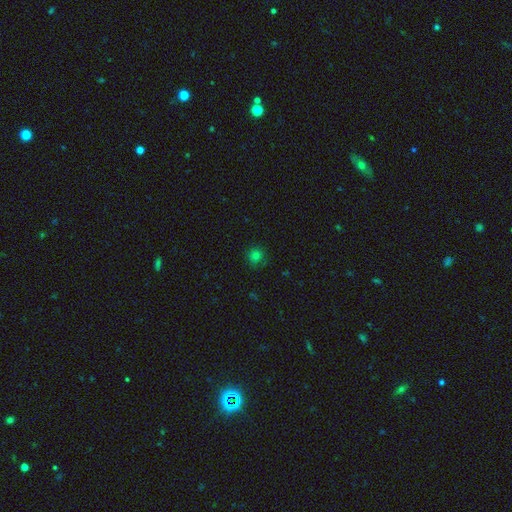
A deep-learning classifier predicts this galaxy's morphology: Q: Smooth or featured?
A: smooth (78%); runner-up: star or artifact (17%)
Q: How rounded?
A: round (91%); runner-up: in between (8%)
Q: Merging?
A: none (83%); runner-up: minor disturbance (12%)